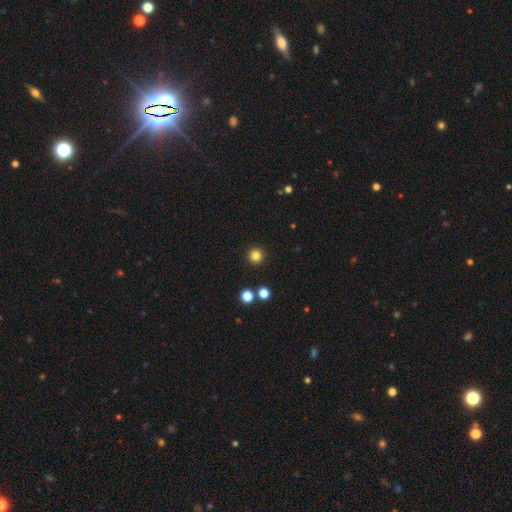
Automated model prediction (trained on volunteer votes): This appears to be a smooth galaxy with no disk features (82%) that is round (96%). Merging: none (93%).